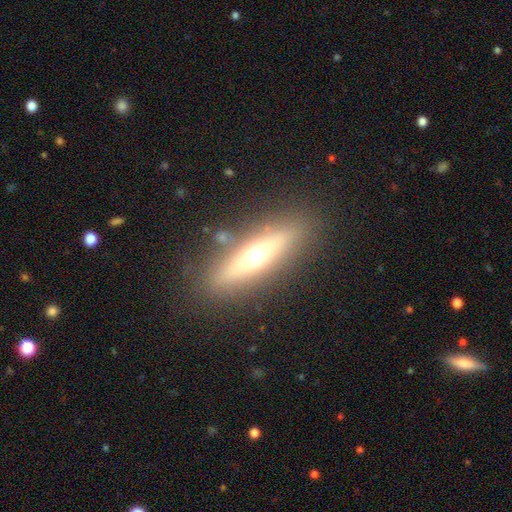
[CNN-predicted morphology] Smooth or featured: featured or disk — 53% (smooth — 39%)
Edge-on disk: yes — 85% (no — 15%)
Merging: none — 84% (minor disturbance — 9%)